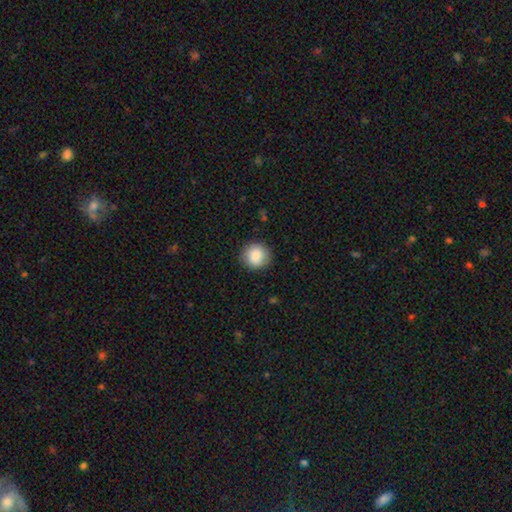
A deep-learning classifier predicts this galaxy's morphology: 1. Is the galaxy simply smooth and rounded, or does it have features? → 87% smooth, 8% star or artifact, 5% featured or disk.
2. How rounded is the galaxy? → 91% round, 8% in between, 1% cigar-shaped.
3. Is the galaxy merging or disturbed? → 89% none, 8% minor disturbance, 2% major disturbance, 1% merger.